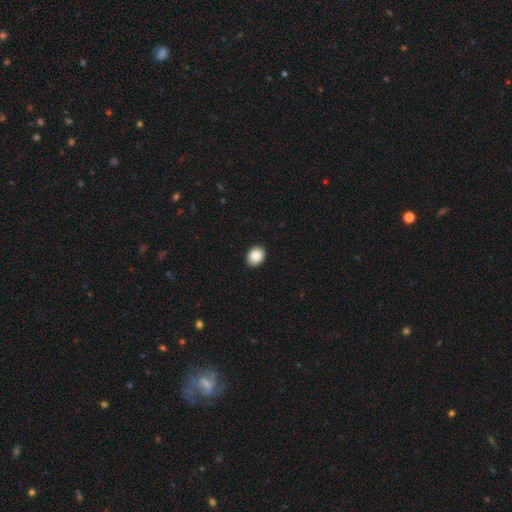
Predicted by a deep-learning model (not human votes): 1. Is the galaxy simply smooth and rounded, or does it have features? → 88% smooth, 8% star or artifact, 4% featured or disk.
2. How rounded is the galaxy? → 52% in between, 47% round, 1% cigar-shaped.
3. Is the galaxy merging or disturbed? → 92% none, 6% minor disturbance, 2% major disturbance, 1% merger.